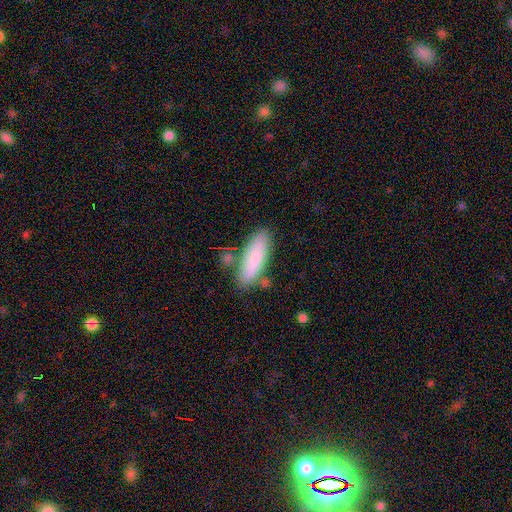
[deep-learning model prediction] Overall: smooth (83%). How rounded: in between (51%; cigar-shaped 47%). Merging: none (74%).